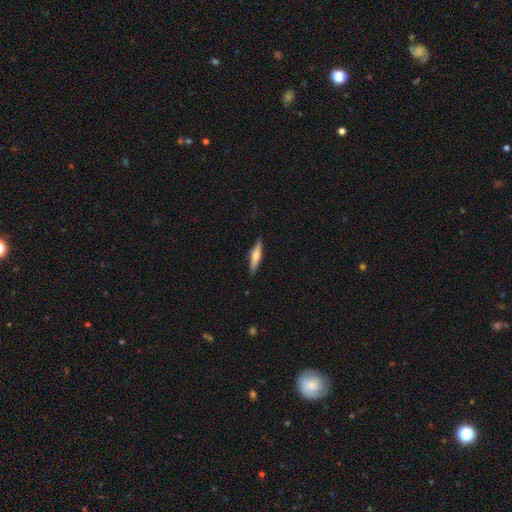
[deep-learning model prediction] Smooth or featured? Predicted: smooth (p=0.54). How rounded? Predicted: cigar-shaped (p=0.82). Merging? Predicted: none (p=0.88).